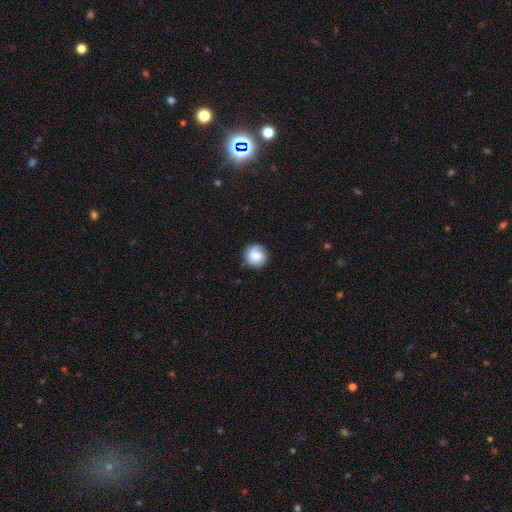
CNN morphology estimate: Smooth or featured?
  - smooth: 73% *
  - featured or disk: 19%
  - star or artifact: 8%
How rounded?
  - round: 93% *
  - in between: 6%
  - cigar-shaped: 1%
Merging?
  - none: 84% *
  - minor disturbance: 12%
  - major disturbance: 3%
  - merger: 1%